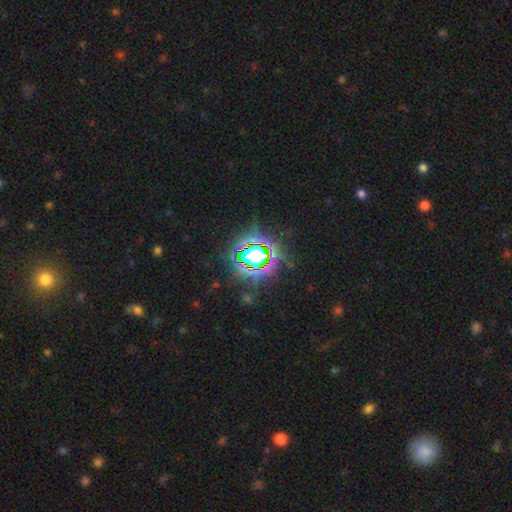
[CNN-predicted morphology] type=star or artifact (75%).